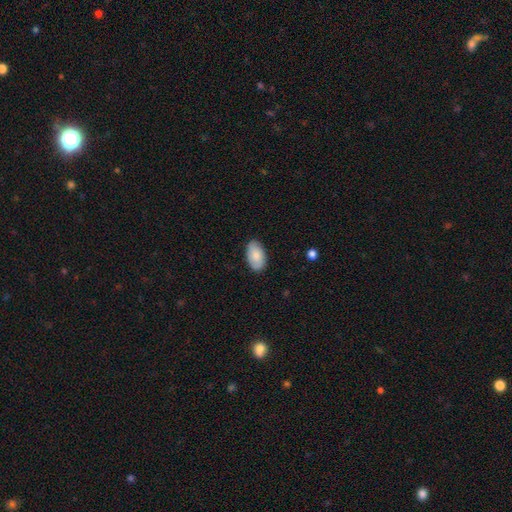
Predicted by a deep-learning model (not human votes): Smooth or featured? smooth (85%)
How rounded? in between (95%)
Merging? none (85%)